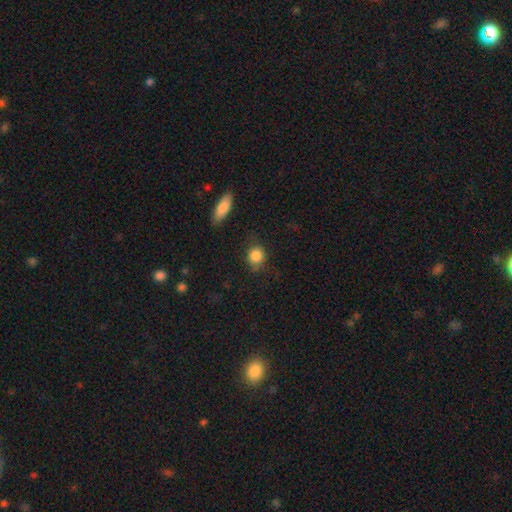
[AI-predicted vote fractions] smooth 86%, star or artifact 9%, featured or disk 5%. Down the decision tree: how rounded — round (77%); merging — none (73%).